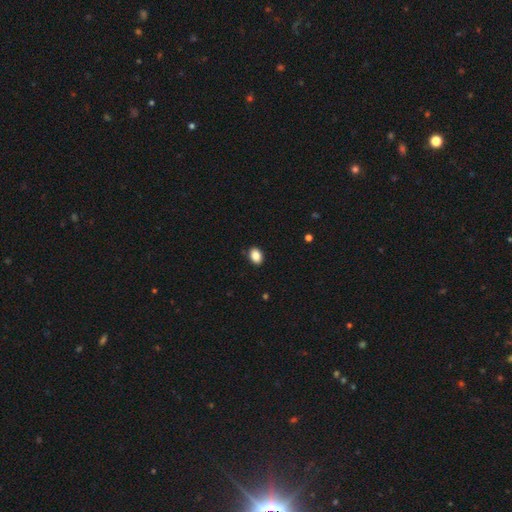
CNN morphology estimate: smooth-or-featured: smooth: 87% | star or artifact: 8% | featured or disk: 4%
  how-rounded: in between: 79% | round: 19% | cigar-shaped: 1%
  merging: none: 89% | minor disturbance: 8% | major disturbance: 2% | merger: 1%